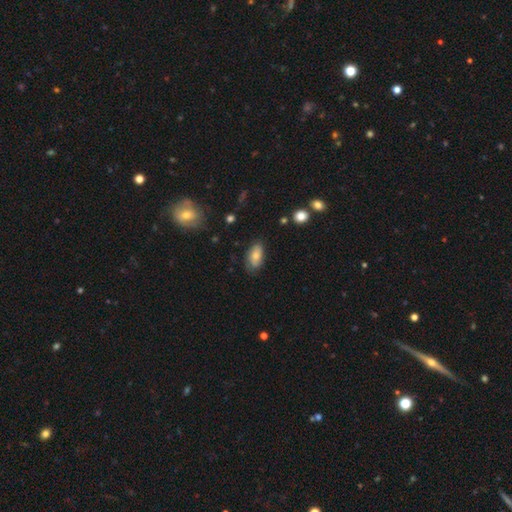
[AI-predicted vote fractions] Q: Smooth or featured?
A: smooth (70%); runner-up: featured or disk (22%)
Q: How rounded?
A: in between (91%); runner-up: round (4%)
Q: Merging?
A: none (71%); runner-up: minor disturbance (23%)